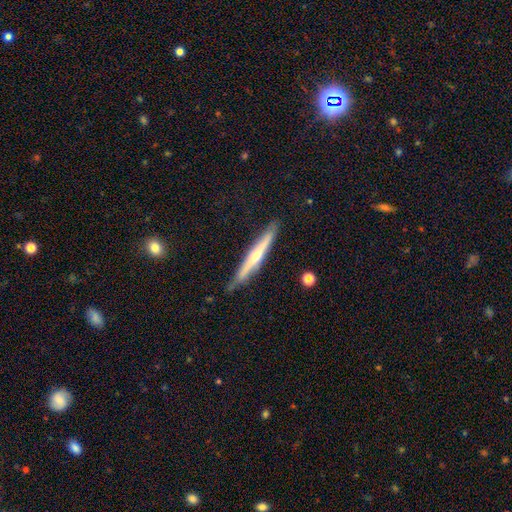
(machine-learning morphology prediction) Smooth or featured? featured or disk (69%)
Edge-on disk? yes (96%)
Edge-on bulge? rounded (77%)
Merging? none (86%)